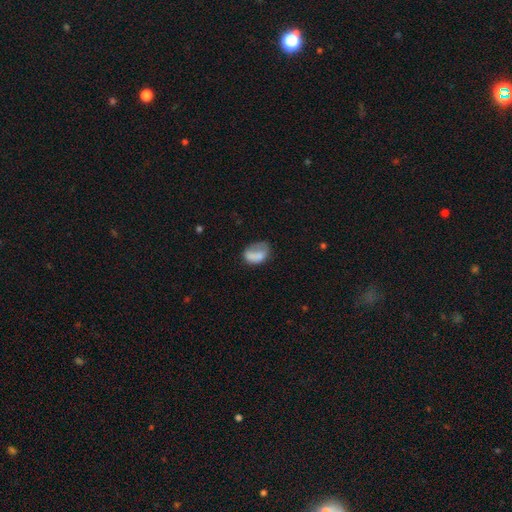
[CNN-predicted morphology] smooth 70%, featured or disk 21%, star or artifact 9%. Down the decision tree: how rounded — in between (79%); merging — none (35%).